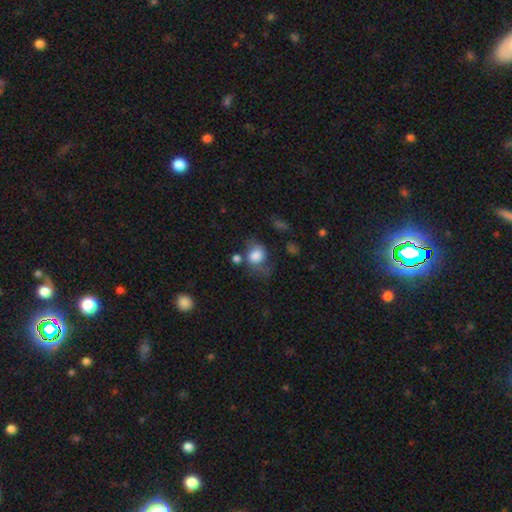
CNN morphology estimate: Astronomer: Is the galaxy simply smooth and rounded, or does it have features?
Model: smooth — 76%.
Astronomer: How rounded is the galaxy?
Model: round — 54% (runner-up: in between, 44%).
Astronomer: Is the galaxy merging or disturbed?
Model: none — 40% (runner-up: minor disturbance, 26%).